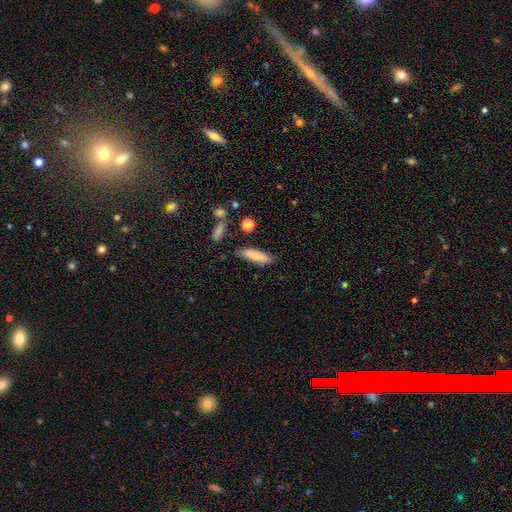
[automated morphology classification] This appears to be a smooth galaxy with no disk features (81%) that is cigar-shaped (65%). Merging: none (78%).